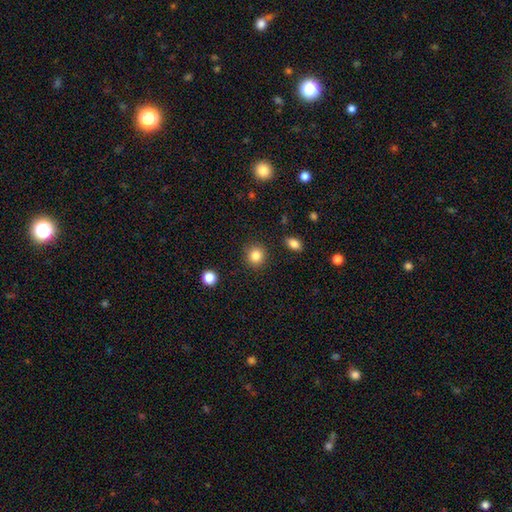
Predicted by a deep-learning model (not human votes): Q: Smooth or featured?
A: smooth (85%); runner-up: star or artifact (10%)
Q: How rounded?
A: round (89%); runner-up: in between (10%)
Q: Merging?
A: none (90%); runner-up: minor disturbance (6%)